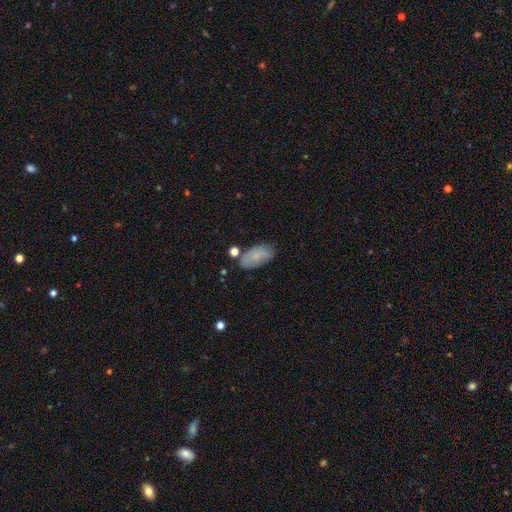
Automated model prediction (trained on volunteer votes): smooth_or_featured: smooth (p=0.76) [alt: featured or disk p=0.16]
how_rounded: in between (p=0.93) [alt: round p=0.04]
merging: none (p=0.67) [alt: minor disturbance p=0.22]